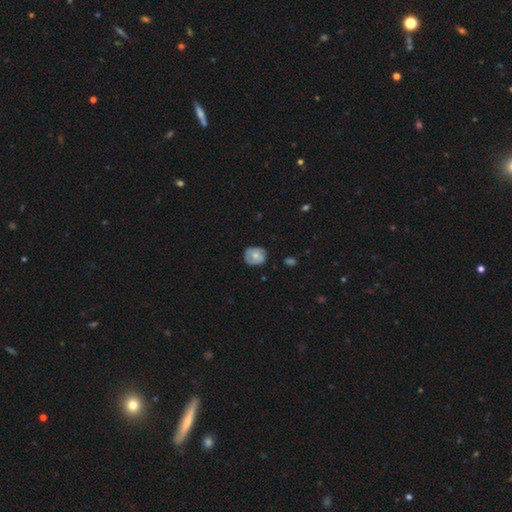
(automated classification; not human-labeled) Morphology: type=smooth (50%); roundness=round (63%); merging=none (67%).